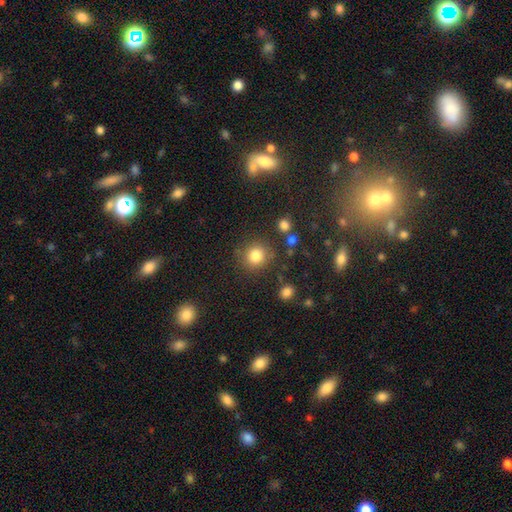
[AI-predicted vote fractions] Overall: smooth (83%). How rounded: round (90%). Merging: none (83%).